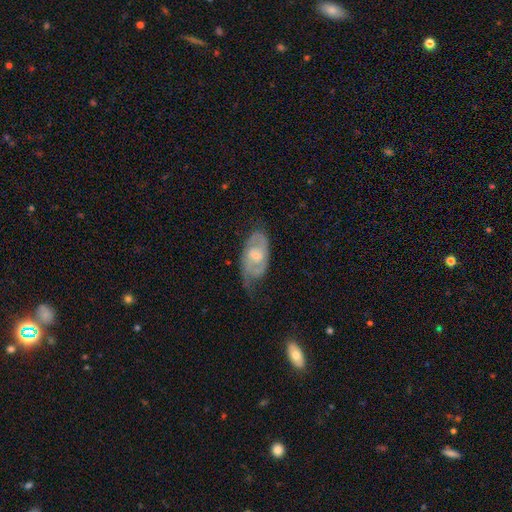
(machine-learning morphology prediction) smooth_or_featured: featured or disk (p=0.77) [alt: smooth p=0.17]
disk_edge_on: no (p=0.95) [alt: yes p=0.05]
bar: no (p=0.48) [alt: weak p=0.44]
has_spiral_arms: yes (p=0.92) [alt: no p=0.08]
spiral_winding: tight (p=0.44) [alt: medium p=0.43]
spiral_arm_count: 2 (p=0.73) [alt: can't tell p=0.15]
bulge_size: moderate (p=0.46) [tied with: small p=0.46]
merging: none (p=0.54) [alt: minor disturbance p=0.30]